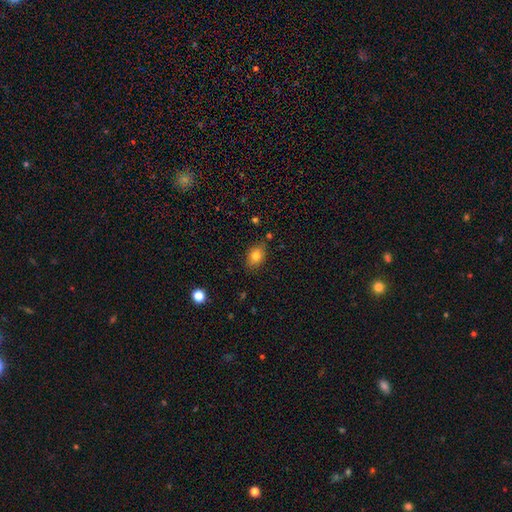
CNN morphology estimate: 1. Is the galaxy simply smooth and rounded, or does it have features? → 79% smooth, 11% featured or disk, 10% star or artifact.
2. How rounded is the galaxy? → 74% in between, 24% round, 1% cigar-shaped.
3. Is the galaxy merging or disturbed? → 82% none, 13% minor disturbance, 3% major disturbance, 3% merger.